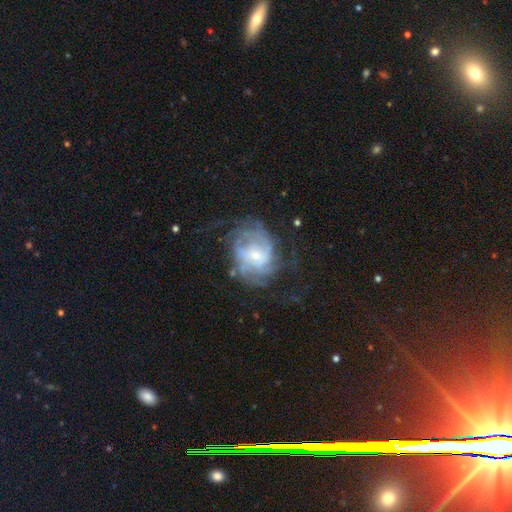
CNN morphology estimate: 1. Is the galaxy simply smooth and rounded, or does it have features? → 80% featured or disk, 12% smooth, 8% star or artifact.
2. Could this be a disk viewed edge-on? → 97% no, 3% yes.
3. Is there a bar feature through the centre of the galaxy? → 58% no, 35% weak, 7% strong.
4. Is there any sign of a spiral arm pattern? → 89% yes, 11% no.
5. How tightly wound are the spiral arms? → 45% tight, 38% medium, 17% loose.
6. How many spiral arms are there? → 44% can't tell, 16% 2, 14% 4, 14% 3, 7% more than 4, 6% 1.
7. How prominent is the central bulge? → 62% small, 30% moderate, 4% large, 3% none, 1% dominant.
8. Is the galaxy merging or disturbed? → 55% none, 23% major disturbance, 20% minor disturbance, 2% merger.